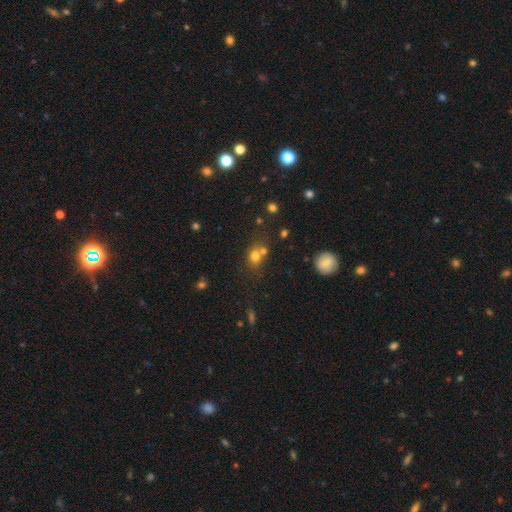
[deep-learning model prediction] smooth 72%, star or artifact 17%, featured or disk 11%. Down the decision tree: how rounded — round (66%); merging — none (50%).